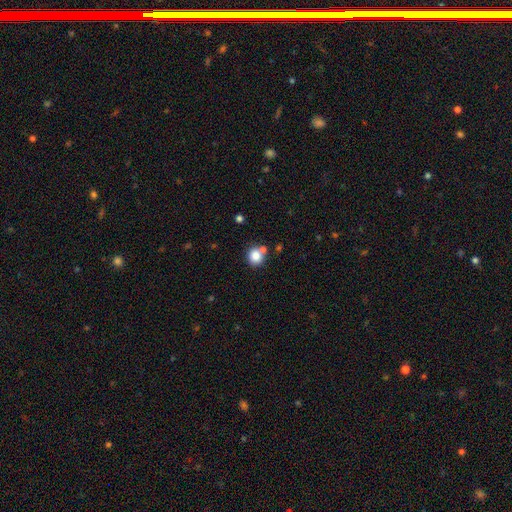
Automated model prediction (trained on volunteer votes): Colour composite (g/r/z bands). It shows a smooth galaxy with no disk features (83%) that is round (88%). Merging: none (70%).